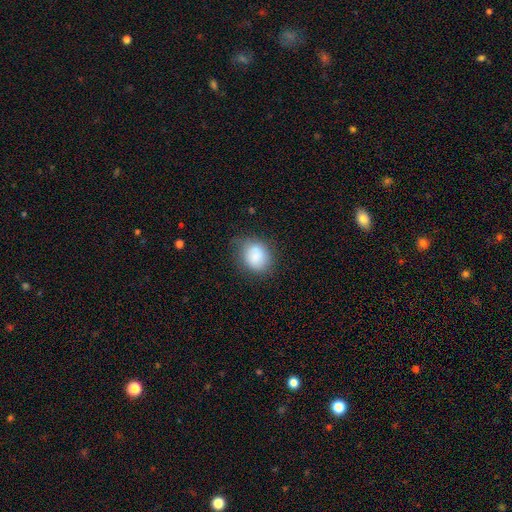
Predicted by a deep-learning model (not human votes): A smooth galaxy with no disk features (85%) that is round (59%).

Vote fractions:
- Smooth or featured? smooth: 85% / star or artifact: 8% / featured or disk: 8%
- How rounded? round: 59% / in between: 40% / cigar-shaped: 1%
- Merging? none: 65% / minor disturbance: 25% / major disturbance: 8% / merger: 2%